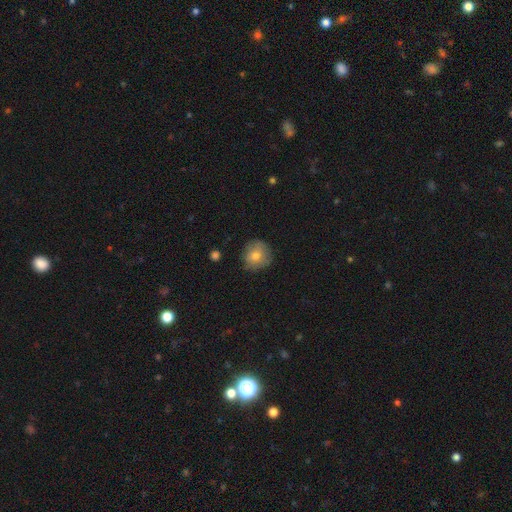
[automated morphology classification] smooth_or_featured: smooth (p=0.75) [alt: featured or disk p=0.17]
how_rounded: round (p=0.89) [alt: in between p=0.10]
merging: none (p=0.77) [alt: minor disturbance p=0.18]